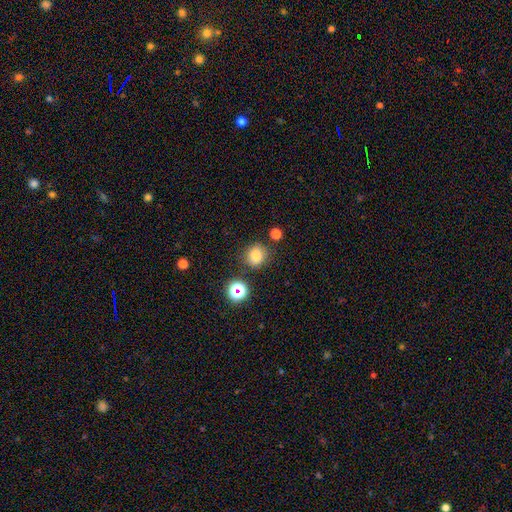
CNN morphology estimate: This is likely a smooth galaxy (77%). How rounded: clearly round (86%). Merging: clearly none (81%).